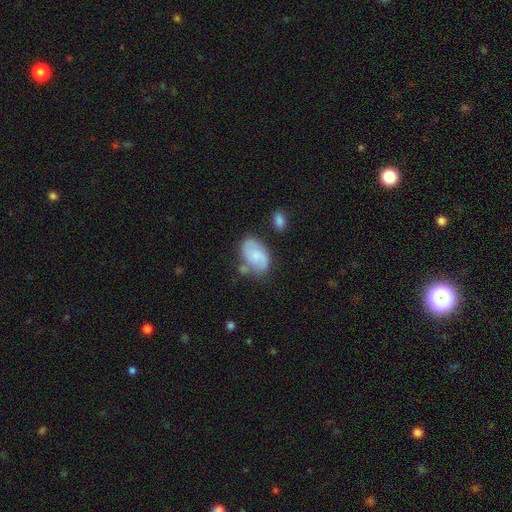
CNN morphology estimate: Overall: featured or disk (50%; smooth 42%). Edge-on disk: no (97%). Merging: none (54%; minor disturbance 24%).